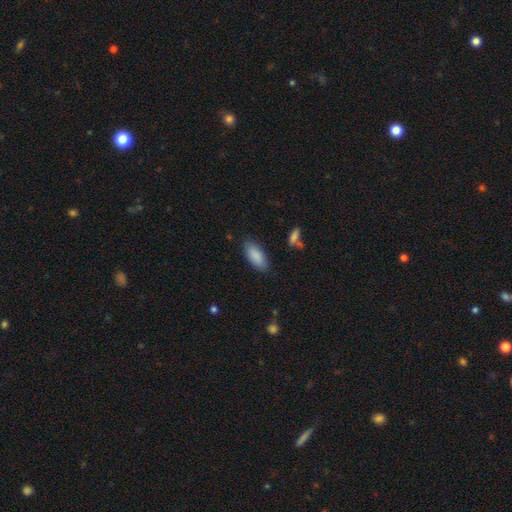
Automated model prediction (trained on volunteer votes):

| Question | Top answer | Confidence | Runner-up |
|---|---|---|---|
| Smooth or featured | smooth | 88% | star or artifact (6%) |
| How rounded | in between | 84% | cigar-shaped (15%) |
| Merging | none | 83% | minor disturbance (12%) |